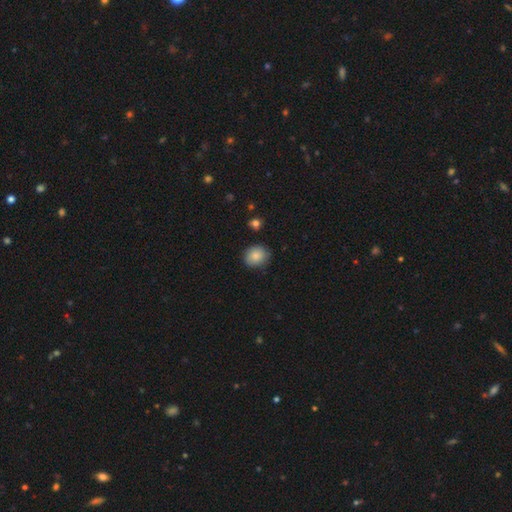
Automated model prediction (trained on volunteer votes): A smooth galaxy with no disk features (86%) that is round (63%). Merging: none (84%).